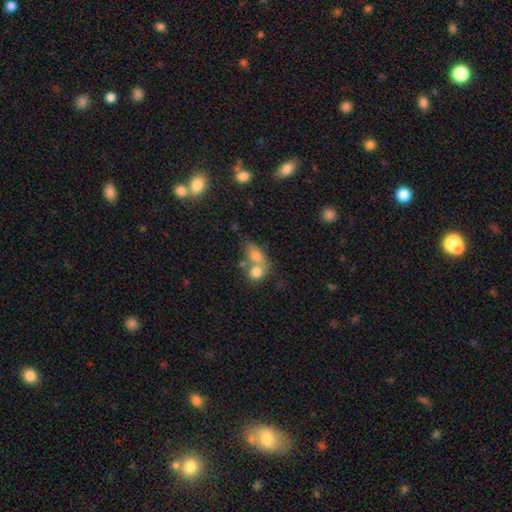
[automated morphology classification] Smooth or featured? smooth (74%)
How rounded? in between (68%)
Merging? merger (51%)